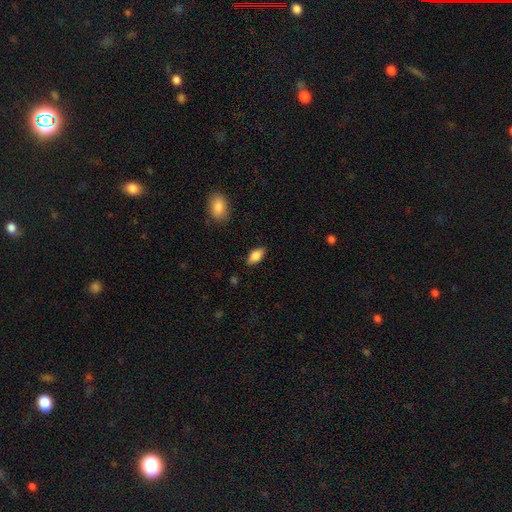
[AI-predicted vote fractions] Overall: smooth (81%). How rounded: in between (90%). Merging: none (83%).